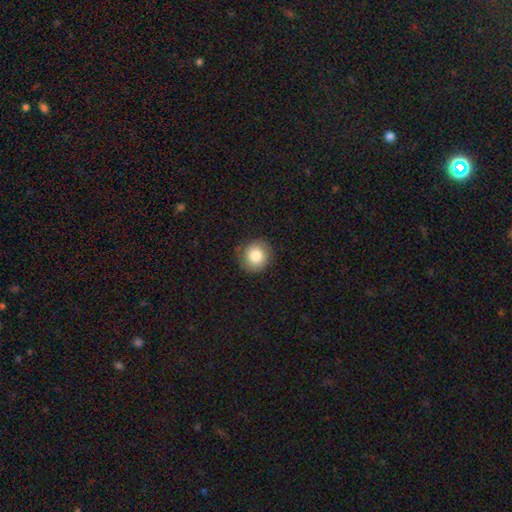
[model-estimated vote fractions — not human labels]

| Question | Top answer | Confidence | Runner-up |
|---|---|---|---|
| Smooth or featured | smooth | 82% | star or artifact (9%) |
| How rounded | round | 89% | in between (10%) |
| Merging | none | 86% | minor disturbance (10%) |